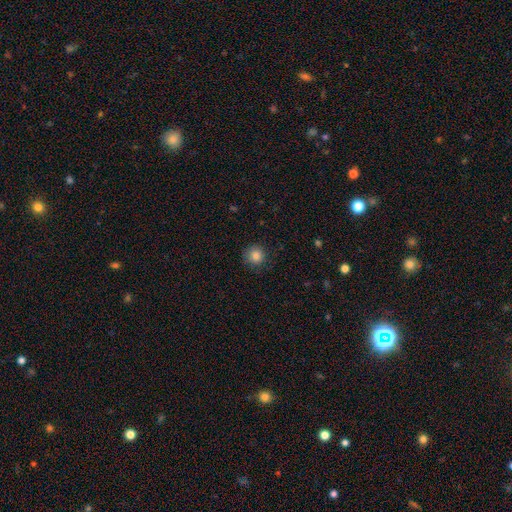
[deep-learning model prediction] A smooth galaxy with no disk features (85%) that is round (93%).

Vote fractions:
- Smooth or featured? smooth: 85% / star or artifact: 11% / featured or disk: 4%
- How rounded? round: 93% / in between: 6% / cigar-shaped: 1%
- Merging? none: 87% / minor disturbance: 10% / major disturbance: 3% / merger: 1%